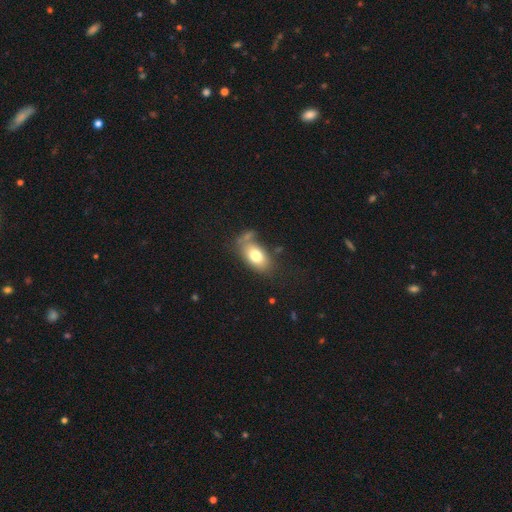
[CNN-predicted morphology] The model was most divided on "merging": none: 54%, minor disturbance: 20%, merger: 16%, major disturbance: 10%. More confident: how rounded — in between (89%); smooth or featured — smooth (75%).